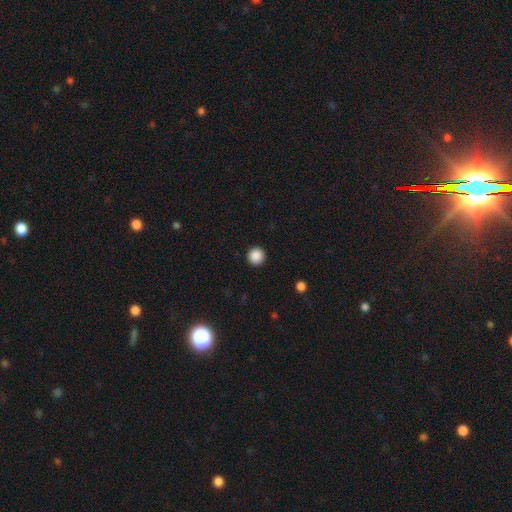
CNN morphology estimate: Overall: smooth (88%). How rounded: round (95%). Merging: none (93%).